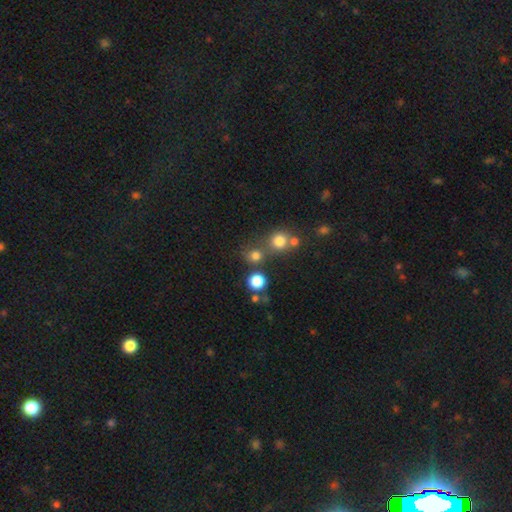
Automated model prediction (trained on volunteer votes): Smooth or featured? smooth (76%)
How rounded? round (87%)
Merging? none (63%)